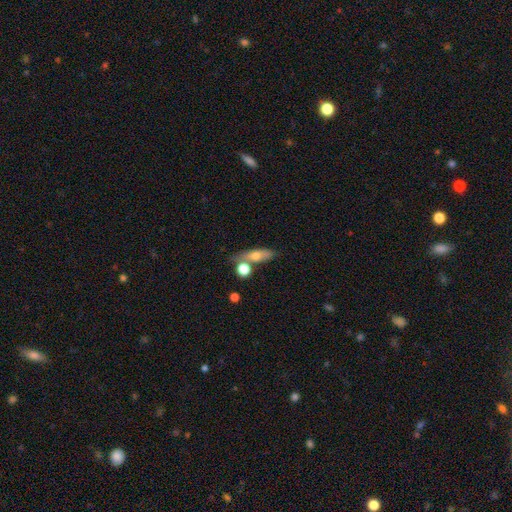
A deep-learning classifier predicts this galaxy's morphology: A smooth galaxy with no disk features (61%) that is in between round and cigar-shaped (49%). Merging: none (56%).